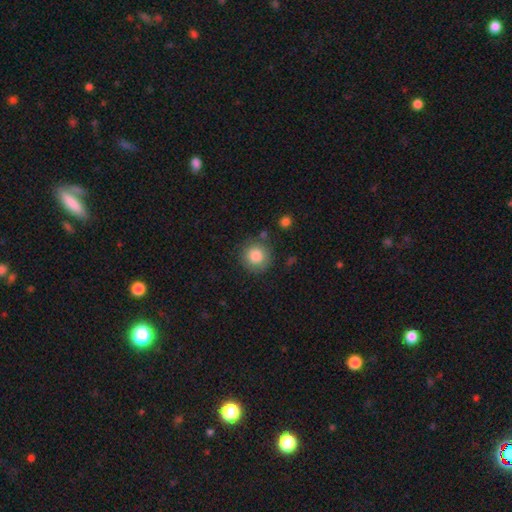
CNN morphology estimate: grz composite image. It shows a smooth galaxy with no disk features (84%) that is round (93%). Merging: none (83%).